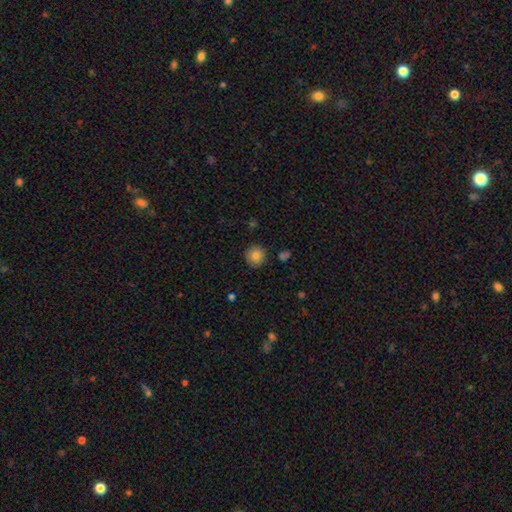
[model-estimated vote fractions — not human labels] smooth_or_featured: smooth (p=0.83) [alt: star or artifact p=0.09]
how_rounded: round (p=0.94) [alt: in between p=0.05]
merging: none (p=0.90) [alt: minor disturbance p=0.07]